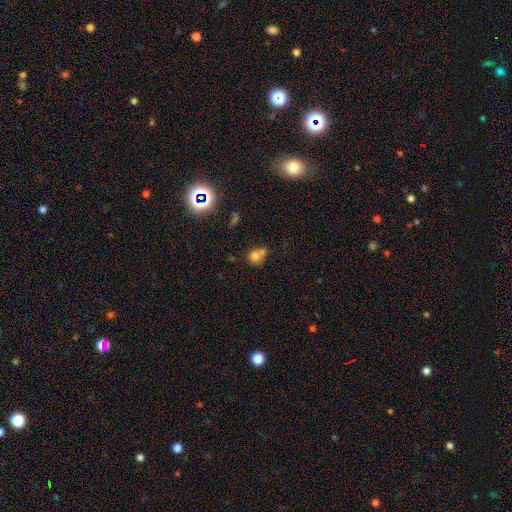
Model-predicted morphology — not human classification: smooth-or-featured: smooth: 73% | star or artifact: 15% | featured or disk: 12%
  how-rounded: round: 80% | in between: 19% | cigar-shaped: 1%
  merging: none: 43% | merger: 41% | minor disturbance: 11% | major disturbance: 5%